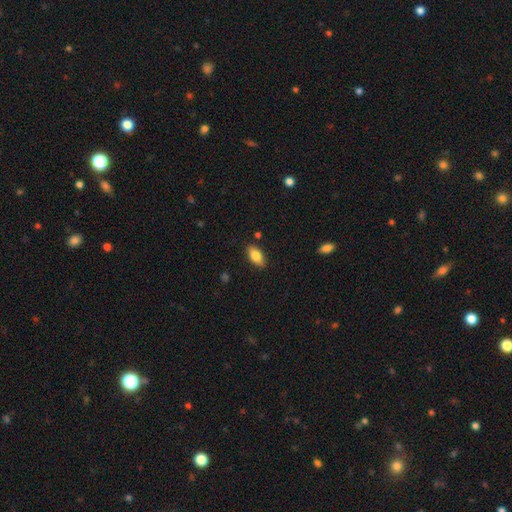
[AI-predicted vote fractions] Smooth or featured: smooth — 82% (featured or disk — 11%)
How rounded: in between — 90% (cigar-shaped — 7%)
Merging: none — 86% (minor disturbance — 10%)